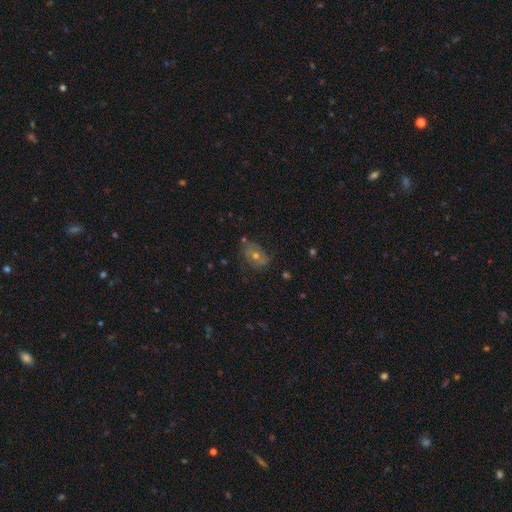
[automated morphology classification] Smooth or featured: featured or disk — 42% (smooth — 37%)
Merging: none — 70% (minor disturbance — 19%)